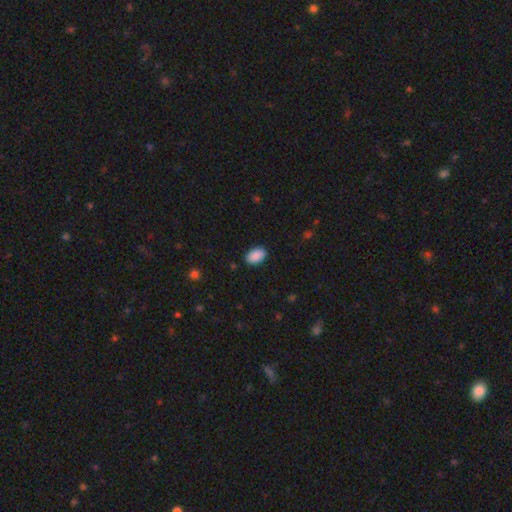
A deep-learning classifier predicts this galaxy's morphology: Smooth or featured? Predicted: smooth (p=0.90). How rounded? Predicted: in between (p=0.91). Merging? Predicted: none (p=0.88).